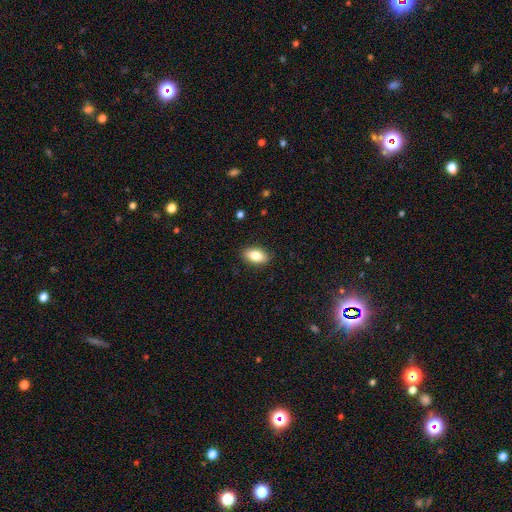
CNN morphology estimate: The model was most divided on "smooth or featured": smooth: 82%, featured or disk: 11%, star or artifact: 7%. More confident: how rounded — in between (90%); merging — none (88%).